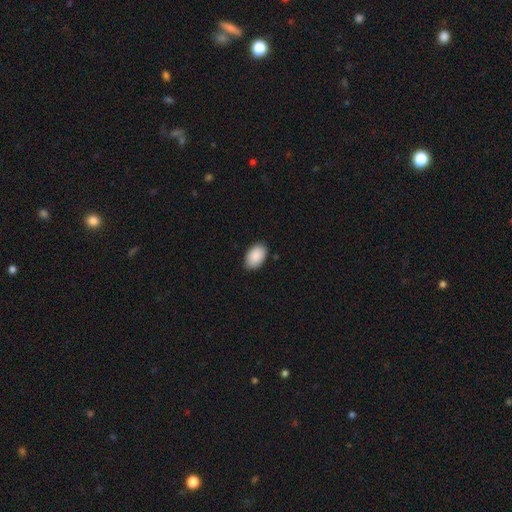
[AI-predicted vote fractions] Morphology: type=smooth (90%); roundness=in between (92%); merging=none (88%).